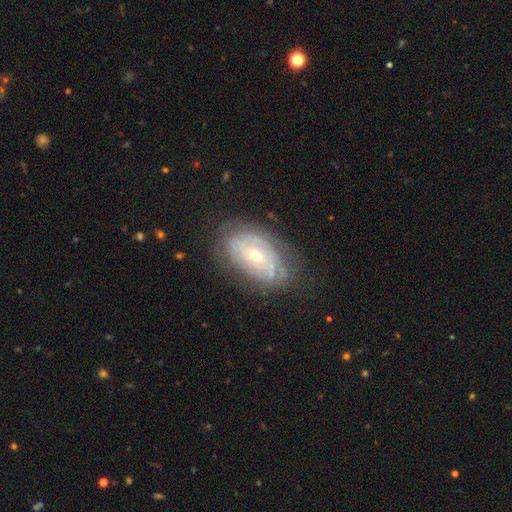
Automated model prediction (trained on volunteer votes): Smooth or featured? Predicted: featured or disk (p=0.79). Edge-on disk? Predicted: no (p=0.95). Bar? Predicted: no (p=0.69). Spiral arms? Predicted: yes (p=0.87). Spiral winding? Predicted: tight (p=0.73). Spiral arm count? Predicted: can't tell (p=0.48). Bulge size? Predicted: small (p=0.53). Merging? Predicted: none (p=0.70).